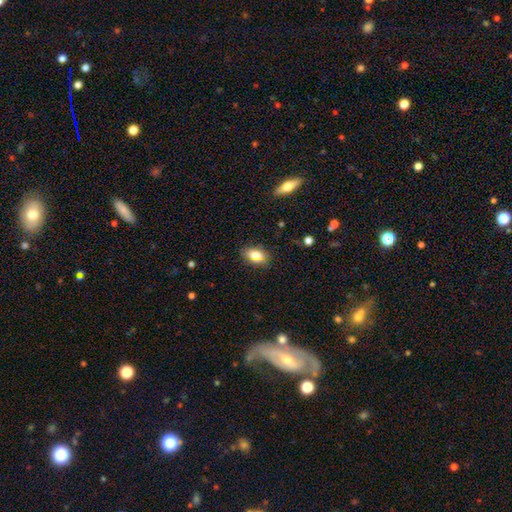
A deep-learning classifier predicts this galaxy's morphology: smooth_or_featured: smooth (p=0.80) [alt: featured or disk p=0.11]
how_rounded: in between (p=0.86) [alt: round p=0.11]
merging: none (p=0.83) [alt: minor disturbance p=0.12]